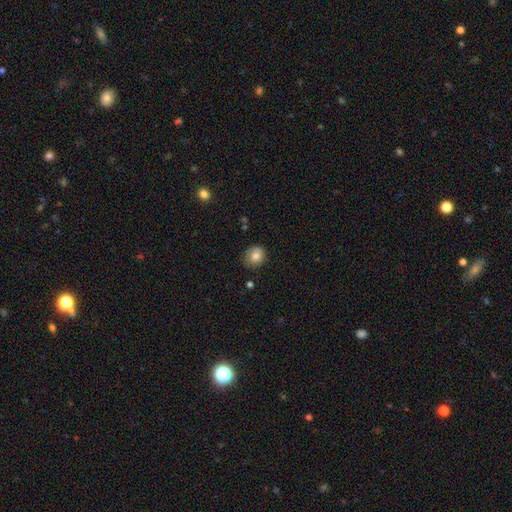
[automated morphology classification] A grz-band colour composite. It shows a smooth galaxy with no disk features (78%) that is round (84%). Merging: none (80%).